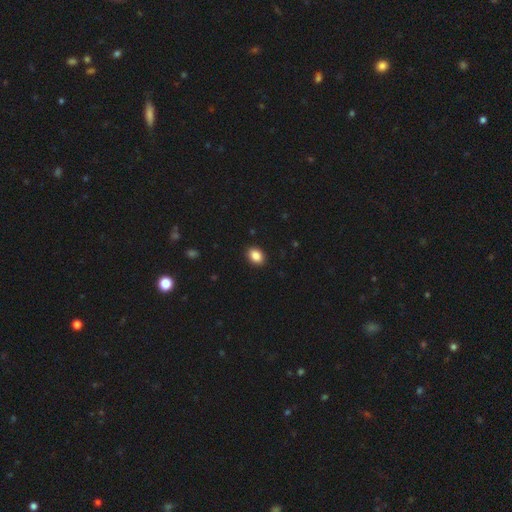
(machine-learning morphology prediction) A smooth galaxy with no disk features (88%) that is in between round and cigar-shaped (67%).

Vote fractions:
- Smooth or featured? smooth: 88% / star or artifact: 9% / featured or disk: 4%
- How rounded? in between: 67% / round: 32% / cigar-shaped: 1%
- Merging? none: 90% / minor disturbance: 7% / major disturbance: 2% / merger: 1%